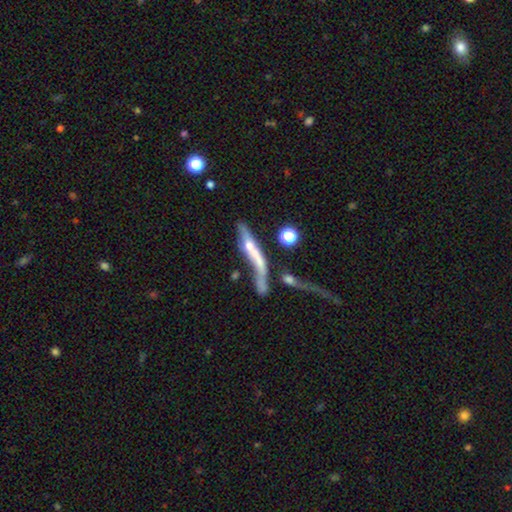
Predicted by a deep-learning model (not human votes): Morphology: type=featured or disk (58%); edge-on=yes (53%); merging=merger (45%).